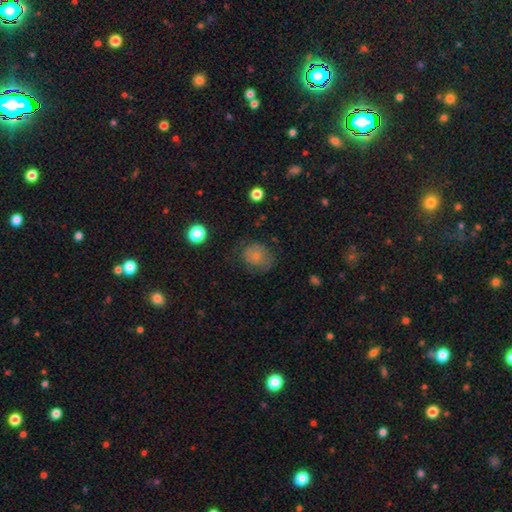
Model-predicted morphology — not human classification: The model was most divided on "how rounded": round: 61%, in between: 38%, cigar-shaped: 1%. More confident: smooth or featured — smooth (64%); merging — none (59%).